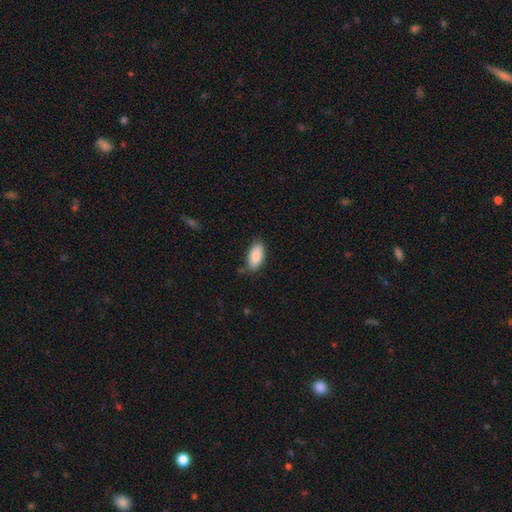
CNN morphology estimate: Smooth or featured?
  - smooth: 89% *
  - star or artifact: 6%
  - featured or disk: 5%
How rounded?
  - in between: 92% *
  - cigar-shaped: 6%
  - round: 2%
Merging?
  - none: 78% *
  - minor disturbance: 16%
  - major disturbance: 3%
  - merger: 2%